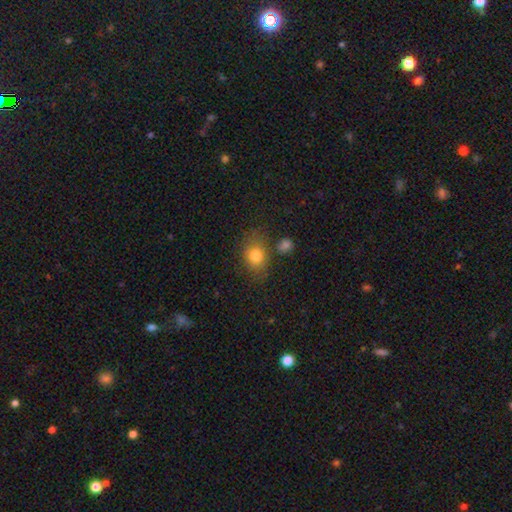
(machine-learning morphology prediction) A smooth galaxy with no disk features (79%) that is in between round and cigar-shaped (57%).

Vote fractions:
- Smooth or featured? smooth: 79% / star or artifact: 11% / featured or disk: 10%
- How rounded? in between: 57% / round: 42% / cigar-shaped: 1%
- Merging? none: 65% / minor disturbance: 18% / merger: 10% / major disturbance: 7%